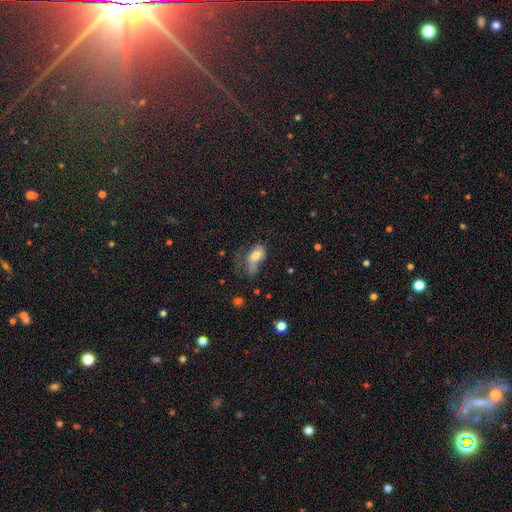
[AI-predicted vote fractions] smooth-or-featured: smooth: 69% | featured or disk: 22% | star or artifact: 9%
  how-rounded: in between: 87% | round: 9% | cigar-shaped: 4%
  merging: major disturbance: 46% | minor disturbance: 26% | none: 20% | merger: 7%